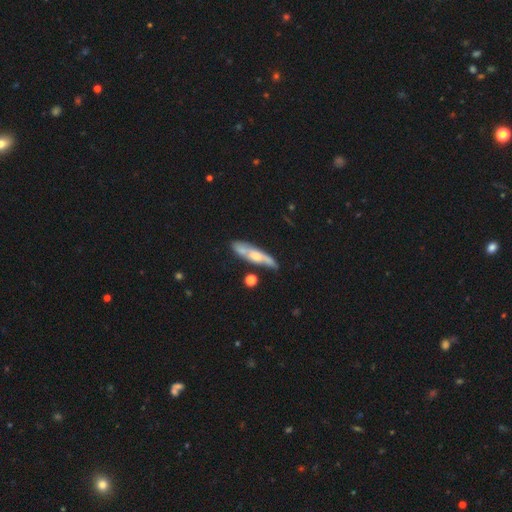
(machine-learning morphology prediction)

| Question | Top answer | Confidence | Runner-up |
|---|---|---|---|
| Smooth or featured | featured or disk | 53% | smooth (41%) |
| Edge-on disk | yes | 59% | no (41%) |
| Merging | none | 64% | minor disturbance (20%) |